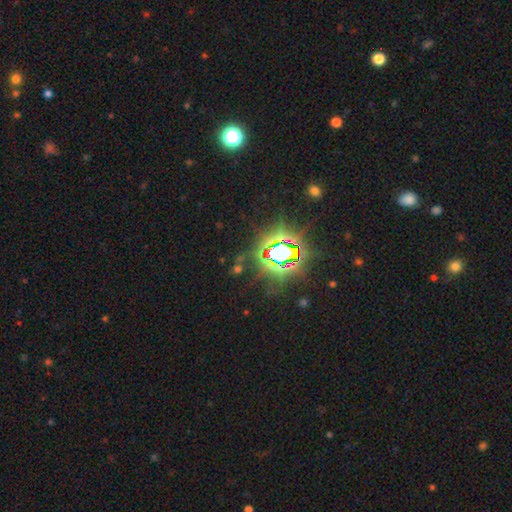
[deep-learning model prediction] The model was most divided on "smooth or featured": star or artifact: 83%, smooth: 9%, featured or disk: 8%.